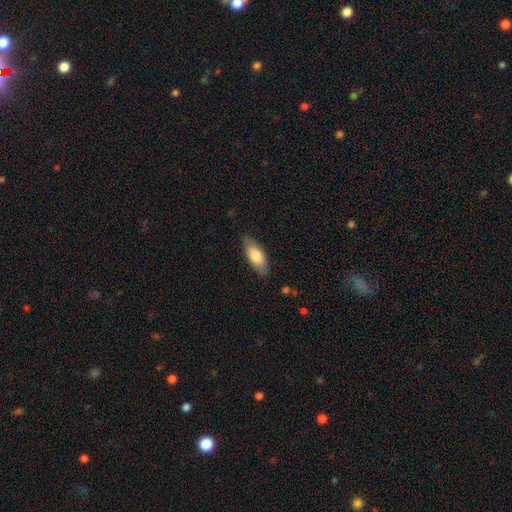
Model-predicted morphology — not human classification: A smooth galaxy with no disk features (77%) that is in between round and cigar-shaped (79%).

Vote fractions:
- Smooth or featured? smooth: 77% / featured or disk: 17% / star or artifact: 6%
- How rounded? in between: 79% / cigar-shaped: 19% / round: 2%
- Merging? none: 80% / minor disturbance: 16% / major disturbance: 3% / merger: 1%